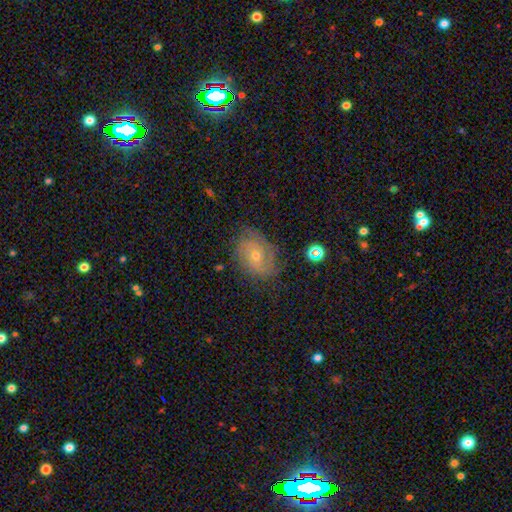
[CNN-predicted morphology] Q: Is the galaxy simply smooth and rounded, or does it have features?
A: featured or disk — 62%.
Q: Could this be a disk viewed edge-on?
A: no — 95%.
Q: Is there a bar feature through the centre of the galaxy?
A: no — 79%.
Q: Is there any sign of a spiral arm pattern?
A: yes — 83%.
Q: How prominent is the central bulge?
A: small — 55%.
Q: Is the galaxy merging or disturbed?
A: none — 71%.